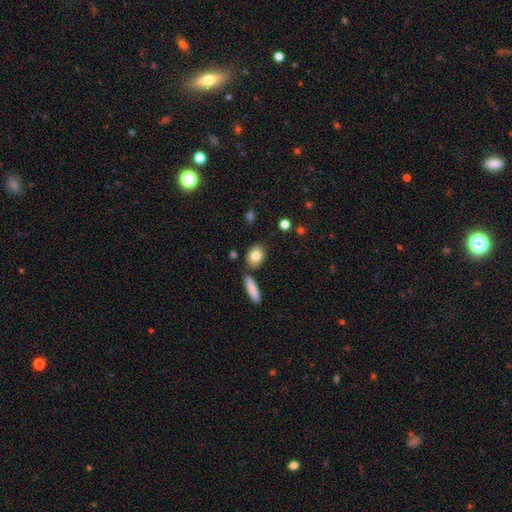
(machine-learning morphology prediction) A smooth galaxy with no disk features (81%) that is in between round and cigar-shaped (66%). Merging: none (78%).